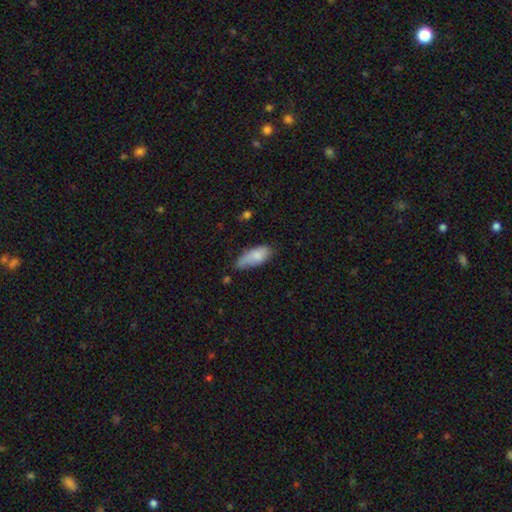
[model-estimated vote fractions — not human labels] The model was most divided on "merging": none: 42%, minor disturbance: 40%, major disturbance: 12%, merger: 6%. More confident: smooth or featured — smooth (83%); how rounded — in between (80%).